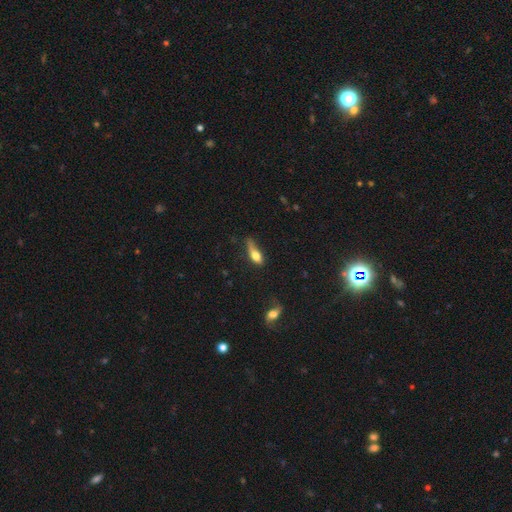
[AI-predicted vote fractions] Q: Smooth or featured?
A: smooth (63%); runner-up: featured or disk (28%)
Q: How rounded?
A: in between (58%); runner-up: cigar-shaped (35%)
Q: Merging?
A: none (34%); runner-up: minor disturbance (33%)